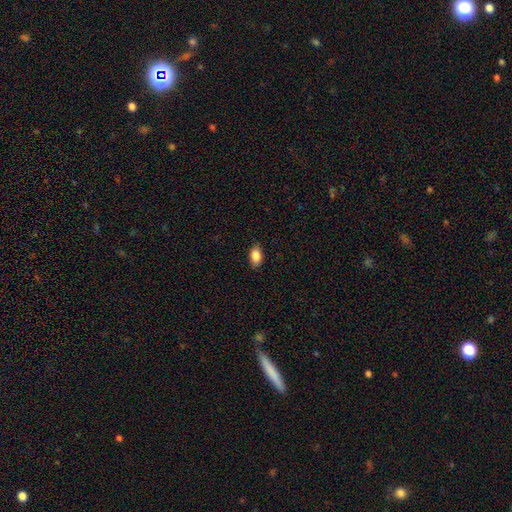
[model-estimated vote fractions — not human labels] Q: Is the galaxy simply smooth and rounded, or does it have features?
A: smooth — 86%.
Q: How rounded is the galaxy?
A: in between — 90%.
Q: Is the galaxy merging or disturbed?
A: none — 85%.